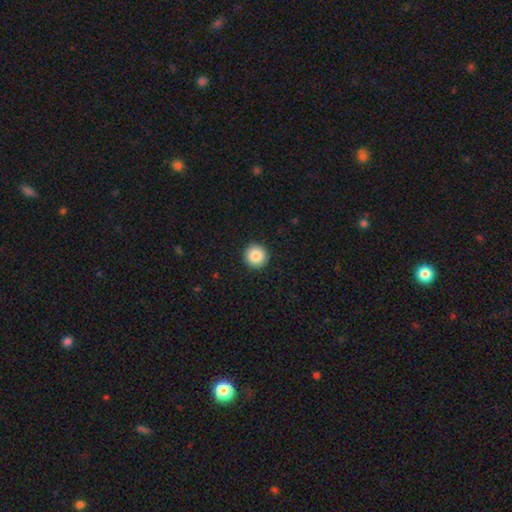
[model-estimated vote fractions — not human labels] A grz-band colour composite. It shows a smooth galaxy with no disk features (87%) that is round (96%). Merging: none (93%).